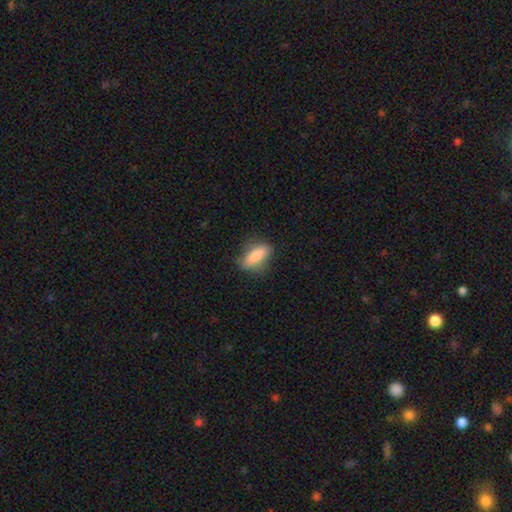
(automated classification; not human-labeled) This is clearly a smooth galaxy (82%). How rounded: likely in between (61%). Merging: likely none (72%).